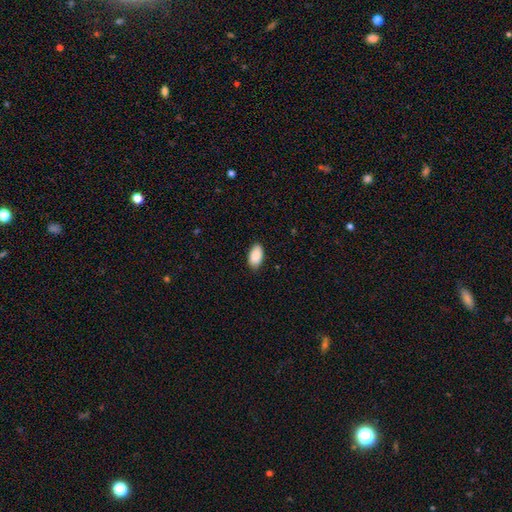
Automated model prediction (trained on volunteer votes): Smooth or featured?
  - smooth: 90% *
  - star or artifact: 6%
  - featured or disk: 4%
How rounded?
  - in between: 94% *
  - round: 4%
  - cigar-shaped: 2%
Merging?
  - none: 84% *
  - minor disturbance: 13%
  - major disturbance: 2%
  - merger: 1%